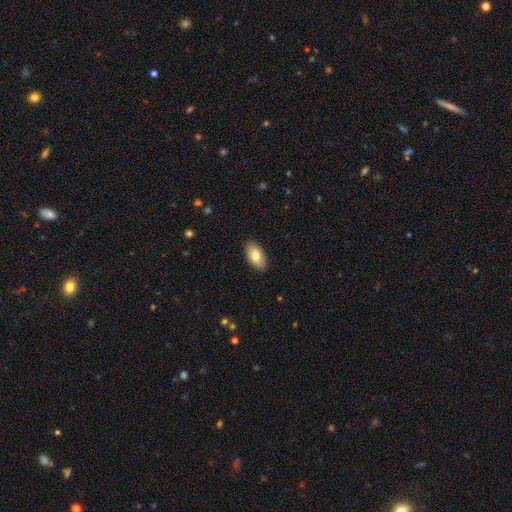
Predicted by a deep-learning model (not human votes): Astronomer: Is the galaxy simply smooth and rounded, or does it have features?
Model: smooth — 78%.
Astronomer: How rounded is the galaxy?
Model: in between — 94%.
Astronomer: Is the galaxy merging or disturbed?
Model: none — 87%.